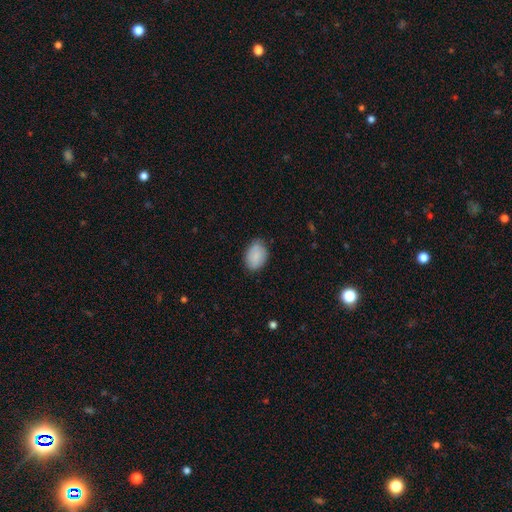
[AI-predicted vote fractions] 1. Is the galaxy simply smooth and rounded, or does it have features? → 83% smooth, 11% featured or disk, 6% star or artifact.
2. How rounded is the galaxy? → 82% in between, 17% round, 1% cigar-shaped.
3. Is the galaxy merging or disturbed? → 79% none, 17% minor disturbance, 3% major disturbance, 1% merger.